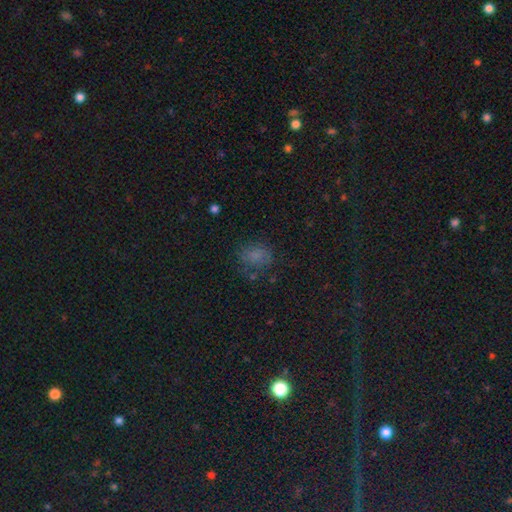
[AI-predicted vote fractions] Smooth or featured?
  - smooth: 68% *
  - star or artifact: 21%
  - featured or disk: 11%
How rounded?
  - in between: 50% *
  - round: 49%
  - cigar-shaped: 1%
Merging?
  - none: 65% *
  - minor disturbance: 21%
  - major disturbance: 11%
  - merger: 4%